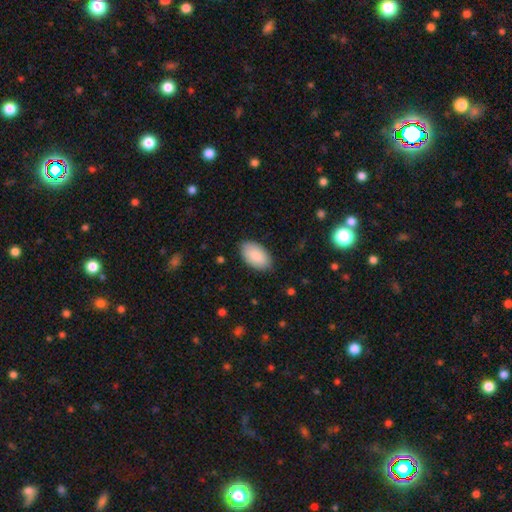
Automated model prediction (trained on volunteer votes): smooth-or-featured: smooth: 86% | featured or disk: 8% | star or artifact: 6%
  how-rounded: in between: 95% | round: 3% | cigar-shaped: 1%
  merging: none: 84% | minor disturbance: 12% | major disturbance: 2% | merger: 1%